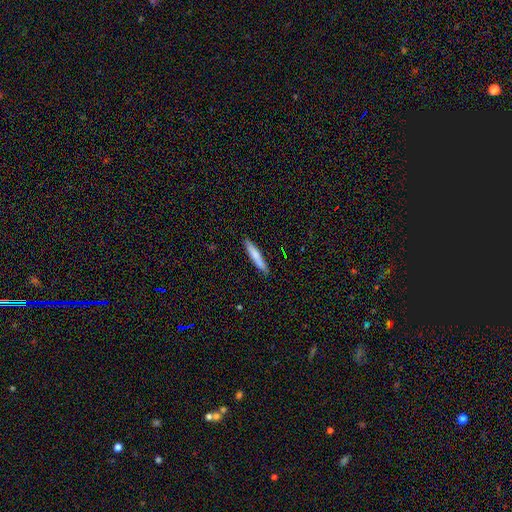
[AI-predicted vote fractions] Overall: smooth (75%). How rounded: cigar-shaped (92%). Merging: none (89%).